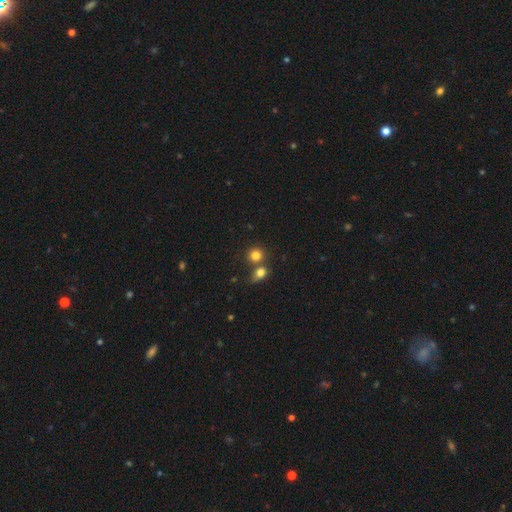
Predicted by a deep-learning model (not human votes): This is likely a smooth galaxy (80%). How rounded: clearly round (85%). Merging: possibly none (54%).